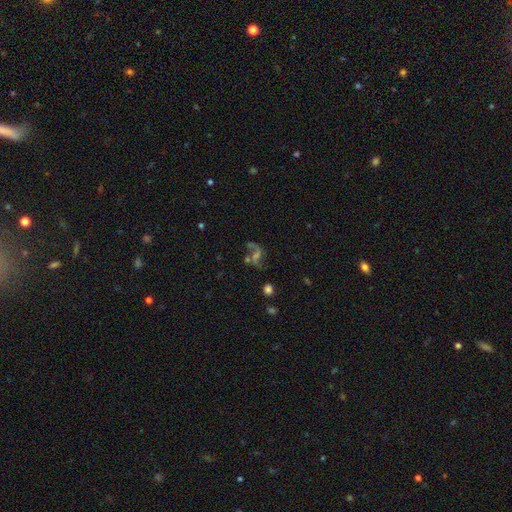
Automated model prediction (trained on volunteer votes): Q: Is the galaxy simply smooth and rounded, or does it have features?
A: featured or disk — 65%.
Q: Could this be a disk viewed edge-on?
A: no — 96%.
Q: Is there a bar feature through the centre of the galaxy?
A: no — 49%.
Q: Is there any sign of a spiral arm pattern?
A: yes — 82%.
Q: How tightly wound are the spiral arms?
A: loose — 71%.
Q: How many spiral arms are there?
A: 2 — 79%.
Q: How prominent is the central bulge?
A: small — 38%.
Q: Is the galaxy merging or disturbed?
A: none — 48%.